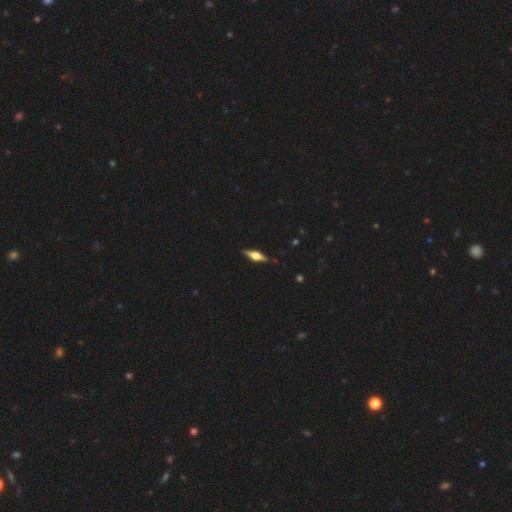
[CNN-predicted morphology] type=featured or disk (70%); edge-on=yes (97%); edge-on bulge=rounded (92%); merging=none (89%).